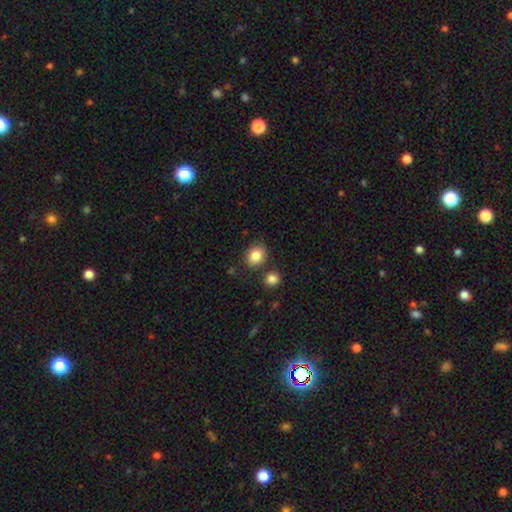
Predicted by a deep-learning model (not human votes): This is clearly a smooth galaxy (85%). How rounded: possibly round (59%). Merging: likely none (77%).